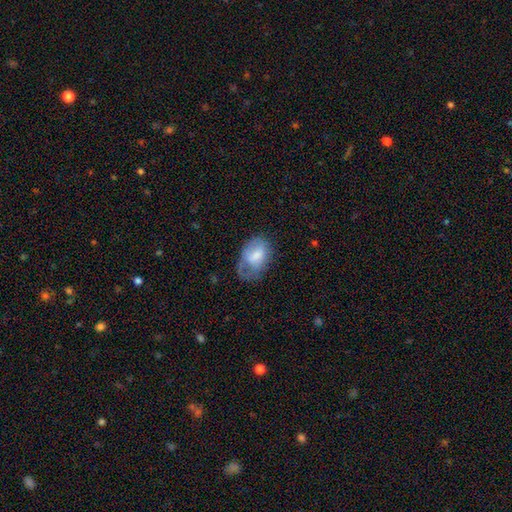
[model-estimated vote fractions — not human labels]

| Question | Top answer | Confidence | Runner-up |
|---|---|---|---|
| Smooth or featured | smooth | 66% | featured or disk (27%) |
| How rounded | in between | 85% | round (14%) |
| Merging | none | 35% | tied: minor disturbance (35%) |